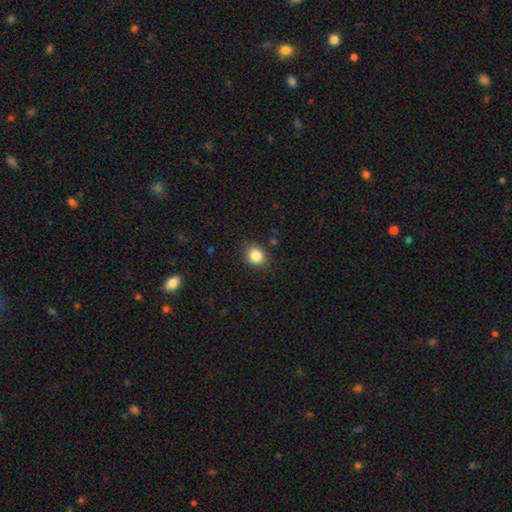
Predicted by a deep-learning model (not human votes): smooth_or_featured: smooth (p=0.85) [alt: star or artifact p=0.10]
how_rounded: round (p=0.68) [alt: in between p=0.31]
merging: none (p=0.87) [alt: minor disturbance p=0.10]